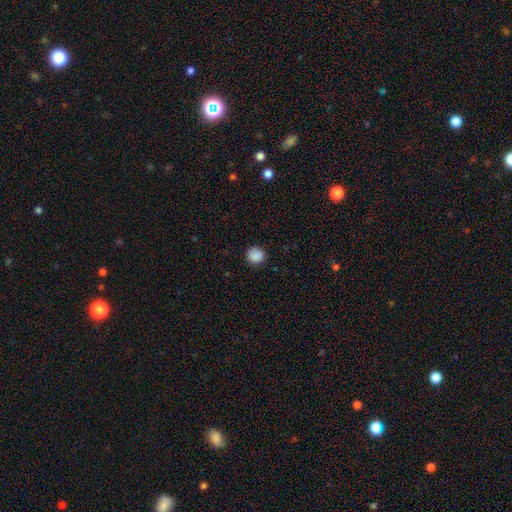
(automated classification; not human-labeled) smooth 88%, star or artifact 9%, featured or disk 3%. Down the decision tree: how rounded — round (92%); merging — none (87%).